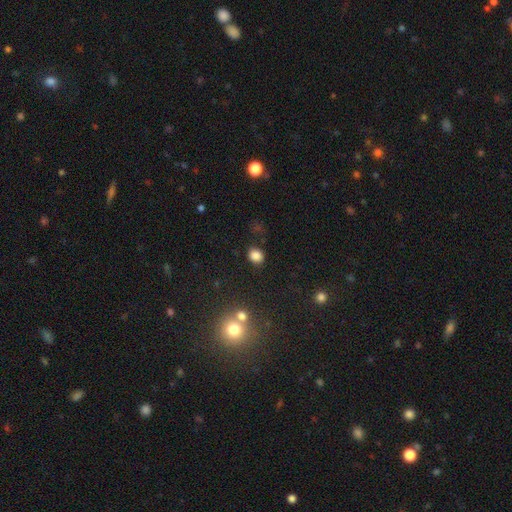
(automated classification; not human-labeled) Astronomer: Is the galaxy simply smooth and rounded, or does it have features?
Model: smooth — 83%.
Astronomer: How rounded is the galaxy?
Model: round — 65%.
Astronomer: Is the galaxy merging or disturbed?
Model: none — 84%.